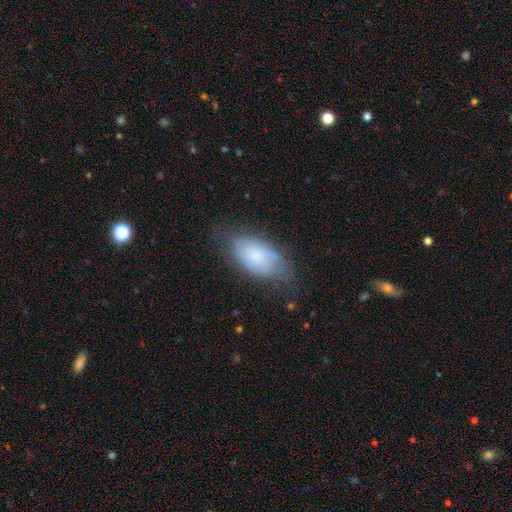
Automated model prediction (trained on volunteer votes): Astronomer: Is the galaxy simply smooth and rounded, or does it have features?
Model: smooth — 64%.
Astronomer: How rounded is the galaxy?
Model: in between — 93%.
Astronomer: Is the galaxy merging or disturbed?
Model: none — 63%.